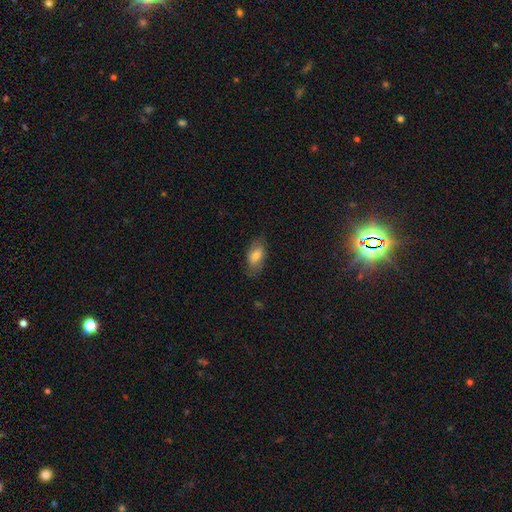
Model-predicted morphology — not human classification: This appears to be a smooth galaxy with no disk features (71%) that is in between round and cigar-shaped (91%). Merging: none (73%).